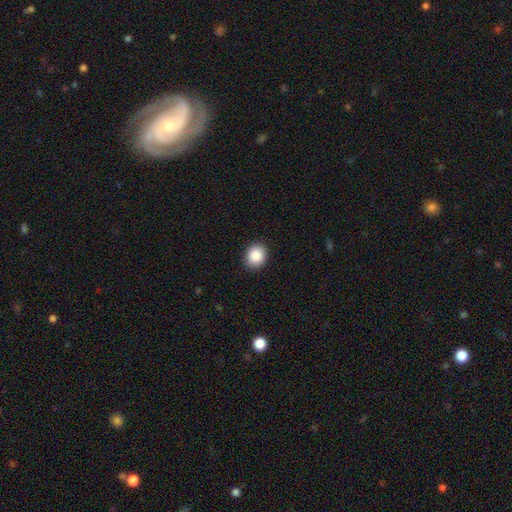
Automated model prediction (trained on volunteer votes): Morphology: type=smooth (87%); roundness=round (73%); merging=none (90%).